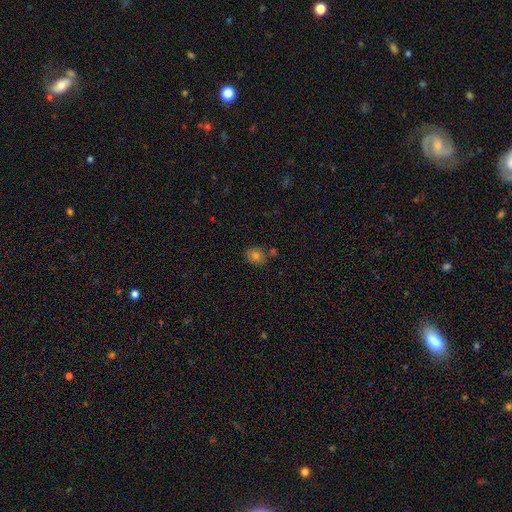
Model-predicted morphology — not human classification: A smooth galaxy with no disk features (76%) that is round (69%). Merging: none (74%).